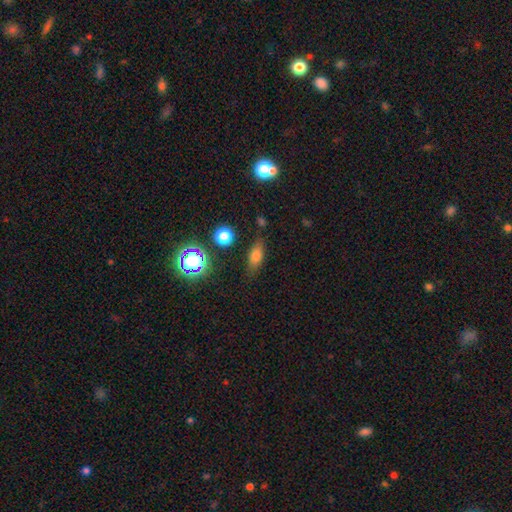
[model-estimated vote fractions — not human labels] Smooth or featured: smooth — 70% (star or artifact — 16%)
How rounded: in between — 69% (cigar-shaped — 19%)
Merging: none — 77% (minor disturbance — 15%)